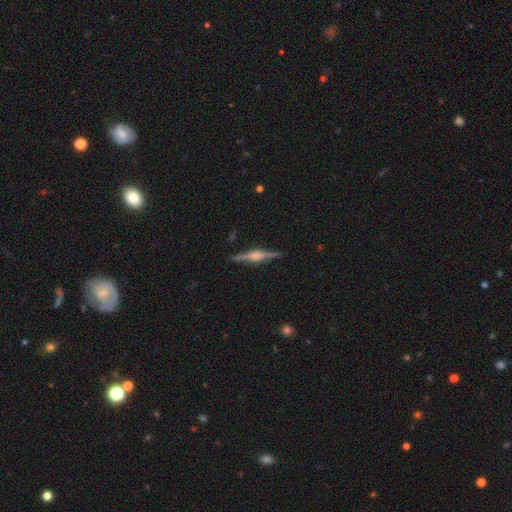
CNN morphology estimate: featured or disk 84%, smooth 10%, star or artifact 6%. Down the decision tree: edge-on disk — yes (98%); edge-on bulge — rounded (85%); merging — none (91%).